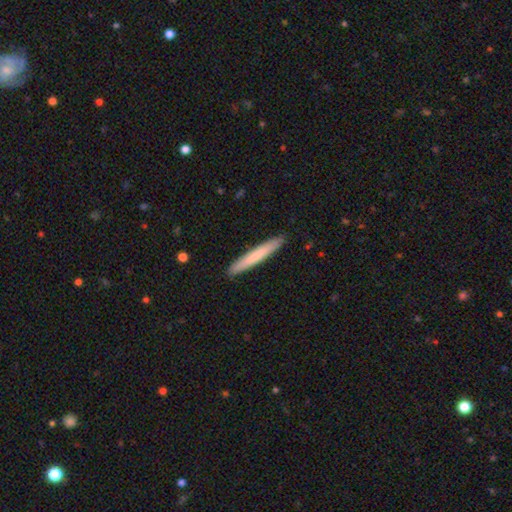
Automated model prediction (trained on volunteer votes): Smooth or featured?
  - smooth: 75% *
  - featured or disk: 20%
  - star or artifact: 5%
How rounded?
  - cigar-shaped: 96% *
  - in between: 3%
  - round: 1%
Merging?
  - none: 92% *
  - minor disturbance: 6%
  - major disturbance: 1%
  - merger: 1%